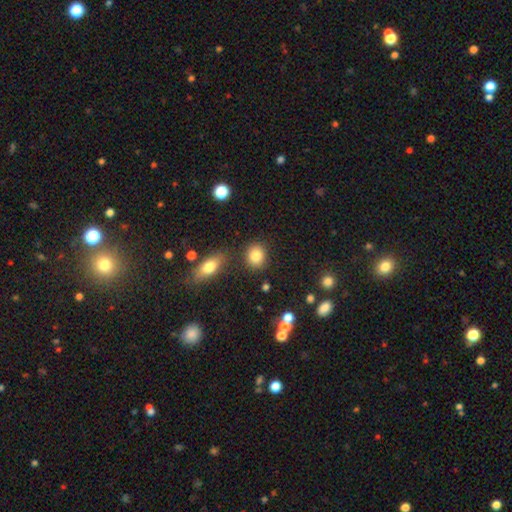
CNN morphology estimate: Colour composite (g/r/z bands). It shows a smooth galaxy with no disk features (84%) that is round (71%). Merging: none (84%).